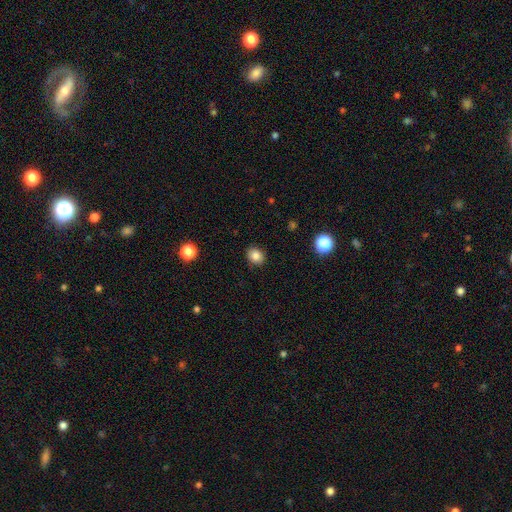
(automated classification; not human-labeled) Morphology: type=smooth (83%); roundness=round (61%); merging=none (89%).